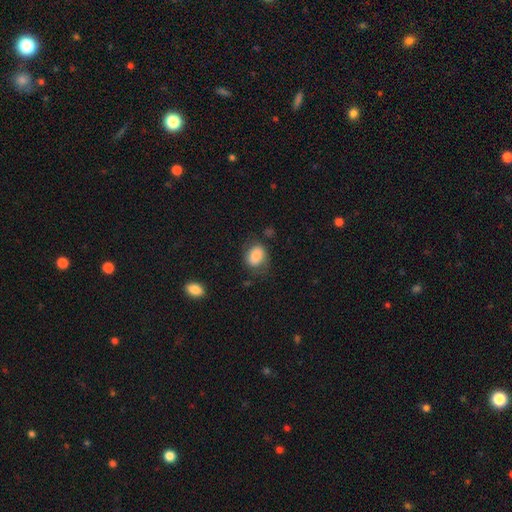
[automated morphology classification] smooth_or_featured: smooth (p=0.81) [alt: featured or disk p=0.11]
how_rounded: in between (p=0.61) [alt: round p=0.38]
merging: none (p=0.64) [alt: minor disturbance p=0.23]